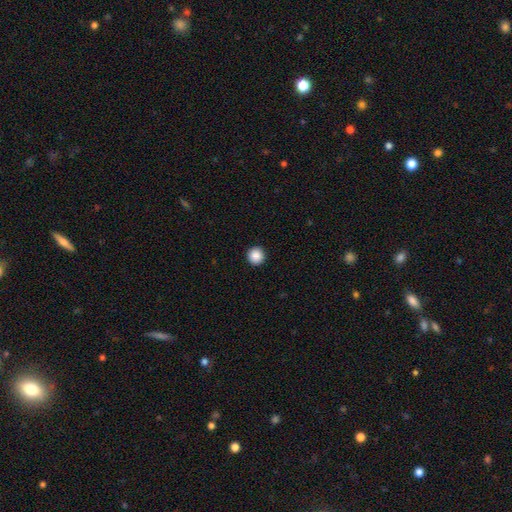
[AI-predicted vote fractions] Smooth or featured?
  - smooth: 88% *
  - star or artifact: 9%
  - featured or disk: 3%
How rounded?
  - round: 95% *
  - in between: 4%
  - cigar-shaped: 1%
Merging?
  - none: 94% *
  - minor disturbance: 4%
  - major disturbance: 1%
  - merger: 1%